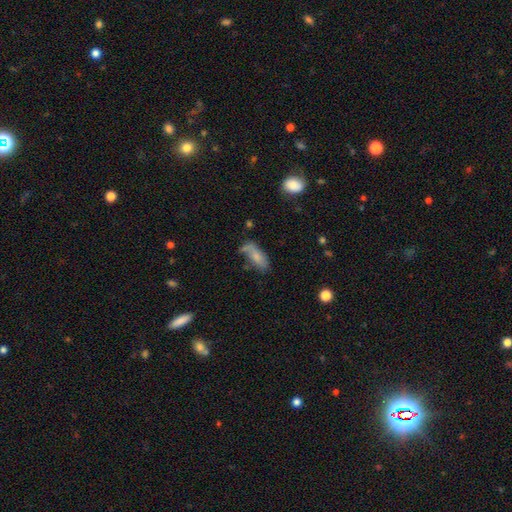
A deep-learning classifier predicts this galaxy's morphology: smooth-or-featured: smooth: 68% | featured or disk: 23% | star or artifact: 9%
  how-rounded: in between: 76% | cigar-shaped: 21% | round: 3%
  merging: none: 44% | minor disturbance: 30% | major disturbance: 16% | merger: 10%